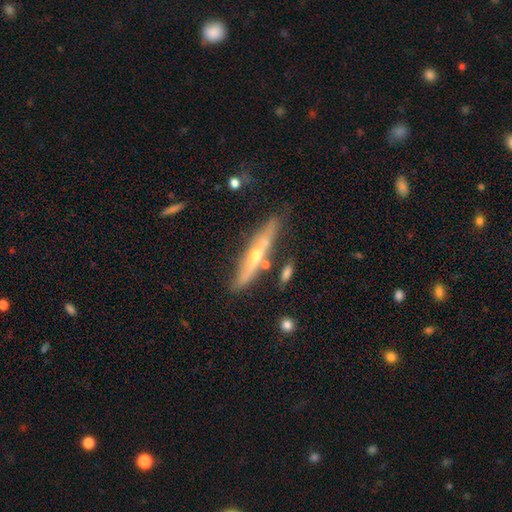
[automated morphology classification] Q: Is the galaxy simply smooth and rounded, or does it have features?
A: featured or disk — 69%.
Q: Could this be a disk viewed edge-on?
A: yes — 89%.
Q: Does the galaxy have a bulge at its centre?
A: rounded — 82%.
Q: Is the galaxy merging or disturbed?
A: none — 73%.